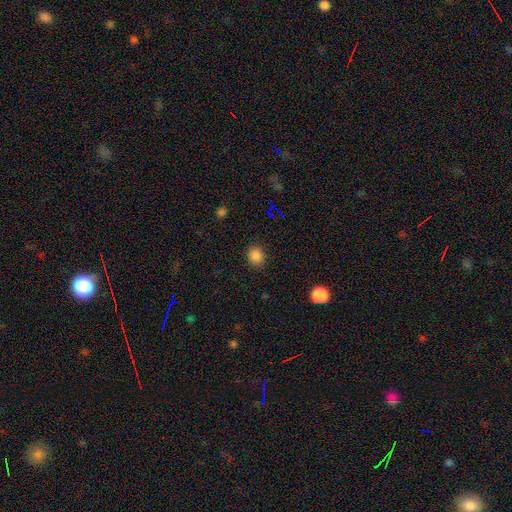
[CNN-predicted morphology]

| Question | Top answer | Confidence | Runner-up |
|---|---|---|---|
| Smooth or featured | smooth | 84% | star or artifact (13%) |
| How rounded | round | 76% | in between (23%) |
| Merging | none | 89% | minor disturbance (8%) |